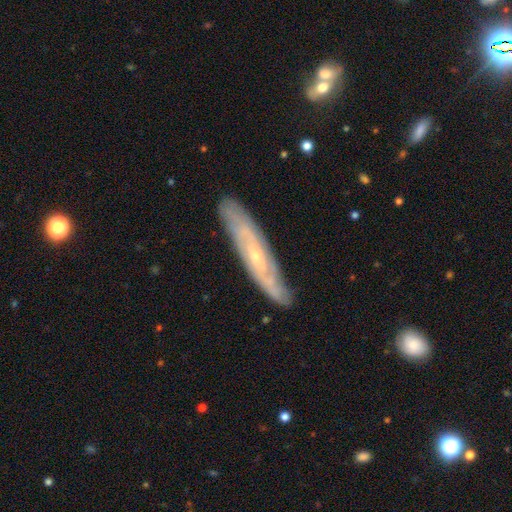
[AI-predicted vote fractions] A featured or disk galaxy (73%). Merging: none (83%).